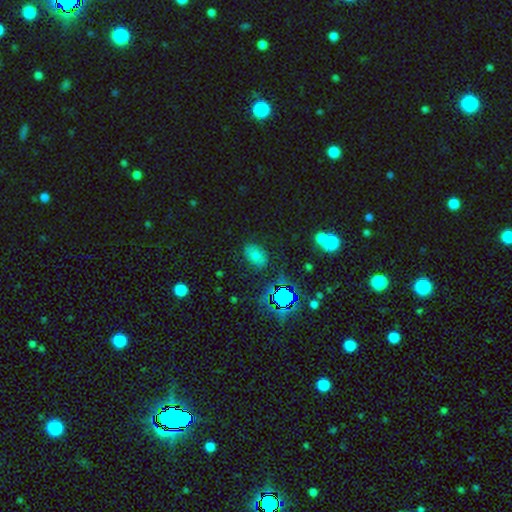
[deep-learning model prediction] smooth 57%, star or artifact 29%, featured or disk 14%. Down the decision tree: how rounded — in between (80%); merging — none (79%).